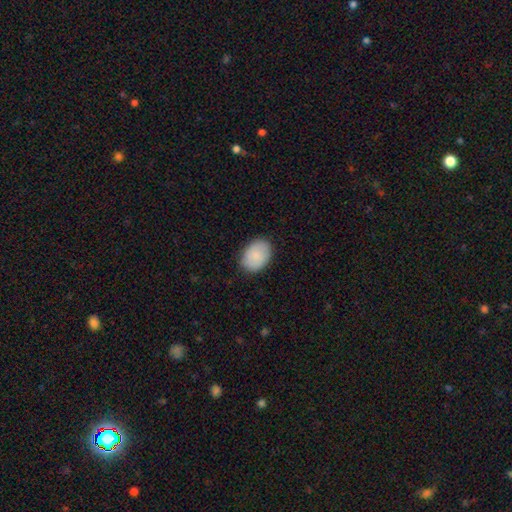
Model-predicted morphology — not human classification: This appears to be a smooth galaxy with no disk features (85%) that is in between round and cigar-shaped (77%). Merging: none (84%).